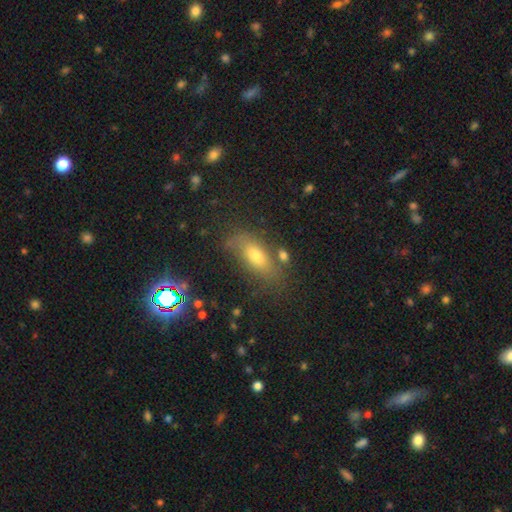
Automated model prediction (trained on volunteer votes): The model was most divided on "smooth or featured": smooth: 63%, featured or disk: 22%, star or artifact: 15%. More confident: how rounded — in between (75%); merging — none (68%).